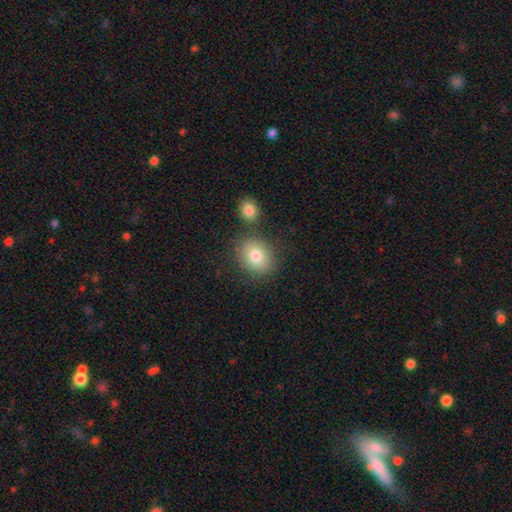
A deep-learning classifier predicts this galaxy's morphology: Smooth or featured: smooth — 81% (featured or disk — 10%)
How rounded: round — 59% (in between — 40%)
Merging: none — 73% (merger — 13%)